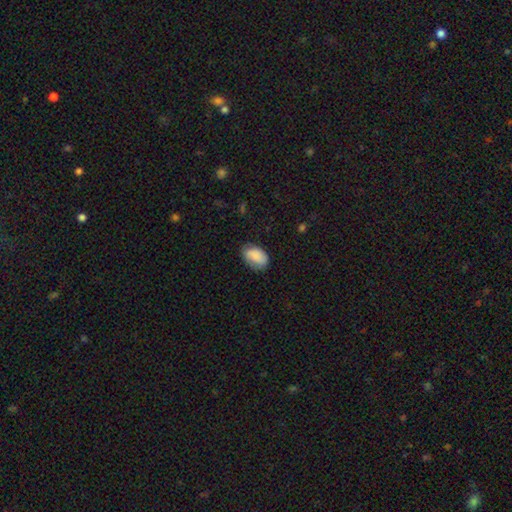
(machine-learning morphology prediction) This is clearly a smooth galaxy (86%). How rounded: clearly in between (89%). Merging: likely none (68%).